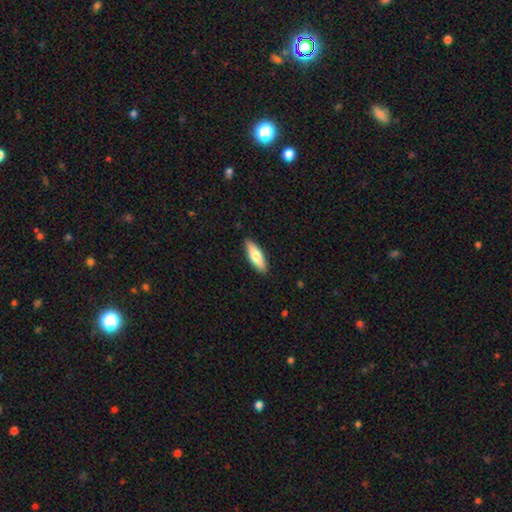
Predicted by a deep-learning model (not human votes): Smooth or featured: smooth — 70% (featured or disk — 25%)
How rounded: in between — 49% (tied with cigar-shaped — 49%)
Merging: none — 89% (minor disturbance — 8%)